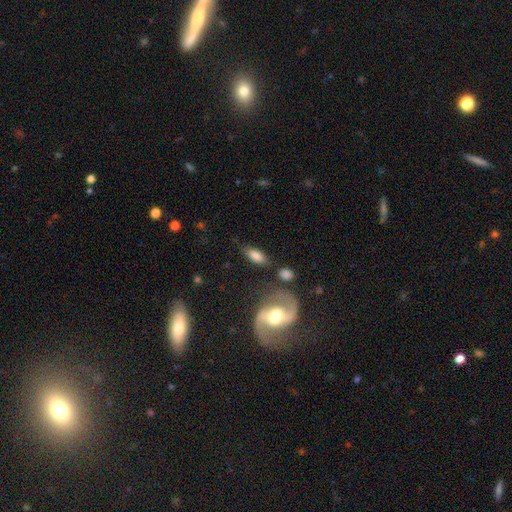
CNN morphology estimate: Smooth or featured? smooth (71%)
How rounded? in between (81%)
Merging? none (70%)